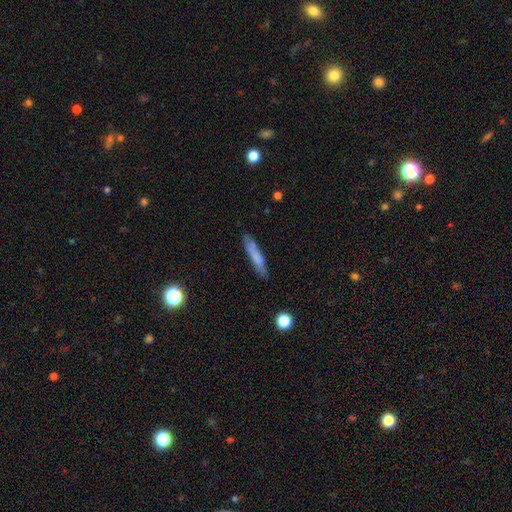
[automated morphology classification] Q: Smooth or featured?
A: smooth (68%); runner-up: featured or disk (24%)
Q: How rounded?
A: cigar-shaped (91%); runner-up: in between (8%)
Q: Merging?
A: none (80%); runner-up: minor disturbance (14%)